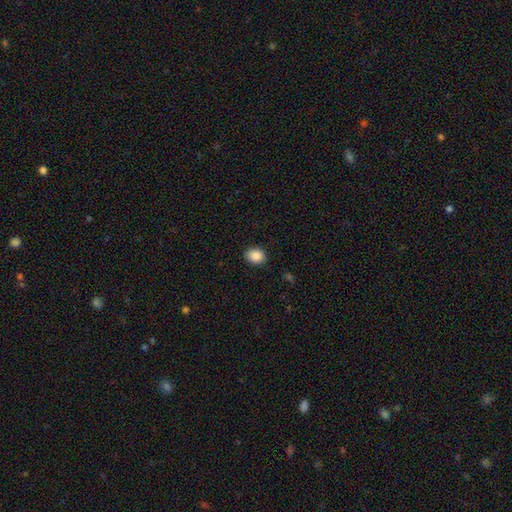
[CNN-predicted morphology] Smooth or featured? Predicted: smooth (p=0.88). How rounded? Predicted: in between (p=0.56). Merging? Predicted: none (p=0.88).